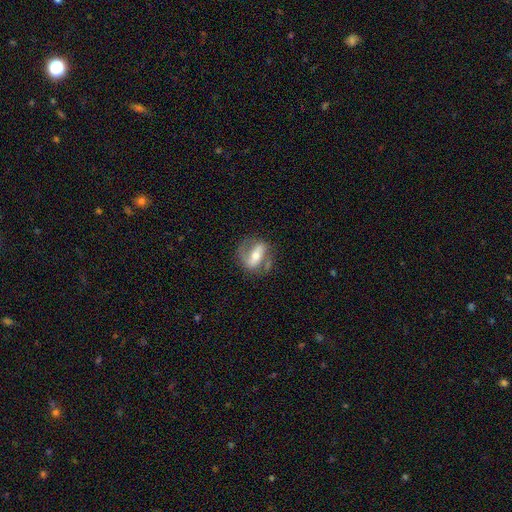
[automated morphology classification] Smooth or featured? featured or disk (68%)
Edge-on disk? no (87%)
Bar? strong (61%)
Spiral arms? yes (71%)
Bulge size? moderate (59%)
Merging? none (64%)